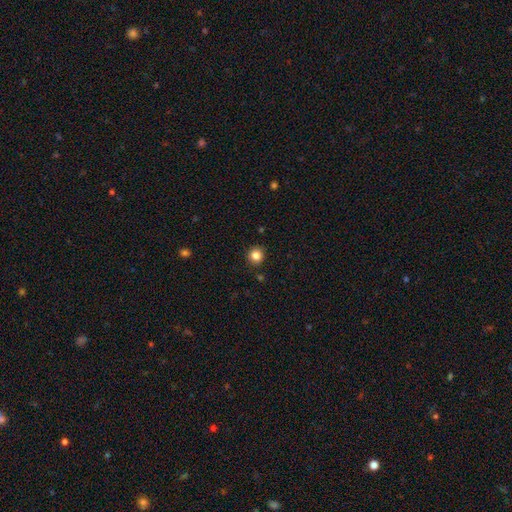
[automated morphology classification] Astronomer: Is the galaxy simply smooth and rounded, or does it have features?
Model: smooth — 83%.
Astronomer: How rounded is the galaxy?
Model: round — 91%.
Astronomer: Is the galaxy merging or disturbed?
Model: none — 90%.